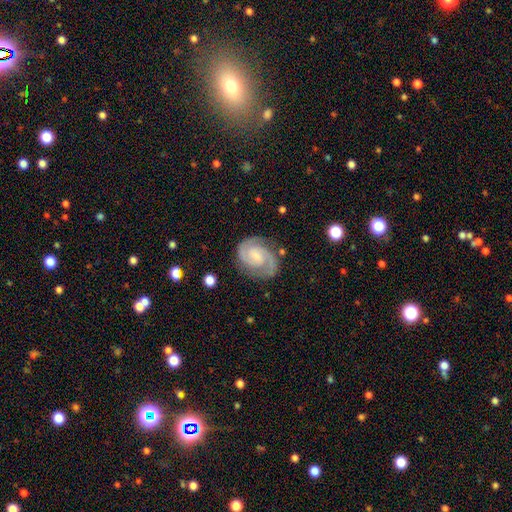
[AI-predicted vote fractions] Smooth or featured: featured or disk — 88% (smooth — 7%)
Edge-on disk: no — 98% (yes — 2%)
Bar: no — 49% (weak — 42%)
Spiral arms: yes — 98% (no — 2%)
Spiral winding: tight — 48% (medium — 45%)
Spiral arm count: 2 — 90% (3 — 3%)
Bulge size: small — 55% (moderate — 25%)
Merging: none — 80% (minor disturbance — 14%)